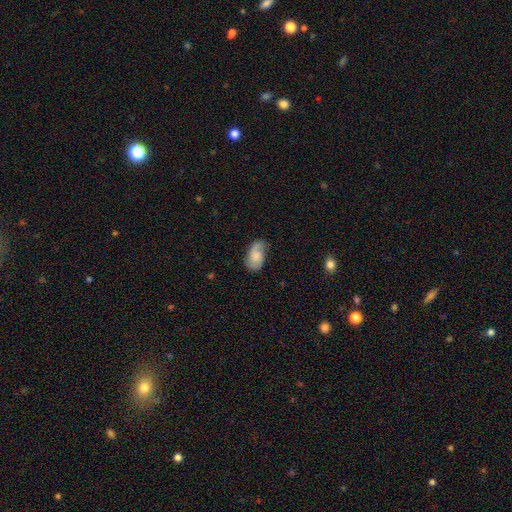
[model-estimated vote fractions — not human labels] smooth-or-featured: smooth: 57% | featured or disk: 35% | star or artifact: 8%
  how-rounded: in between: 92% | round: 6% | cigar-shaped: 2%
  merging: none: 57% | minor disturbance: 29% | major disturbance: 11% | merger: 2%